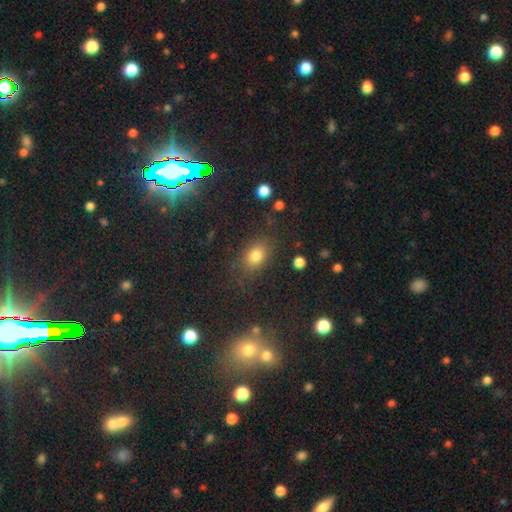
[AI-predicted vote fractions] smooth-or-featured: smooth: 76% | star or artifact: 15% | featured or disk: 9%
  how-rounded: in between: 68% | round: 29% | cigar-shaped: 3%
  merging: none: 77% | minor disturbance: 14% | major disturbance: 6% | merger: 3%